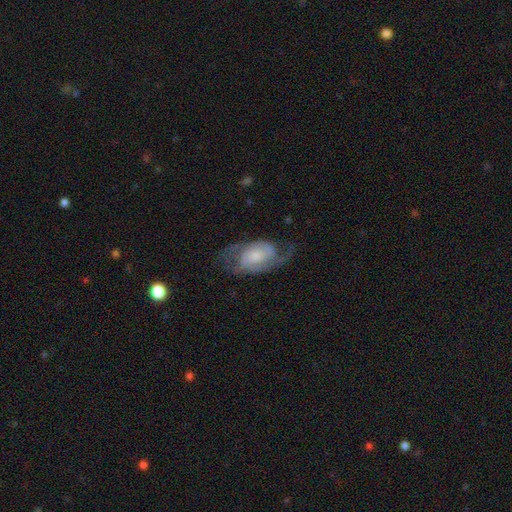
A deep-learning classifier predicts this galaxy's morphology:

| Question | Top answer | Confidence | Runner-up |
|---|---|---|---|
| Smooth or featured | featured or disk | 80% | smooth (14%) |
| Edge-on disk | no | 96% | yes (4%) |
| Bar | no | 61% | weak (32%) |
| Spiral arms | yes | 94% | no (6%) |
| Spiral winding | medium | 48% | tight (31%) |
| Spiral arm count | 2 | 78% | can't tell (10%) |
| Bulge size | small | 35% | moderate (33%) |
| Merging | none | 62% | minor disturbance (20%) |